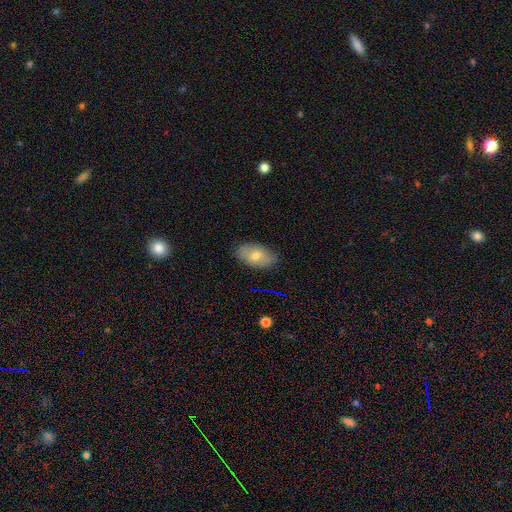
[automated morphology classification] Smooth or featured: smooth — 64% (featured or disk — 28%)
How rounded: in between — 92% (round — 5%)
Merging: none — 82% (minor disturbance — 14%)